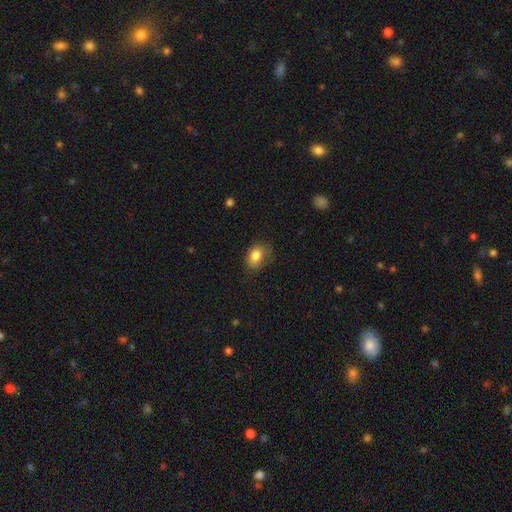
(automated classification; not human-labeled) Smooth or featured: smooth — 81% (featured or disk — 10%)
How rounded: in between — 64% (round — 35%)
Merging: none — 61% (minor disturbance — 27%)